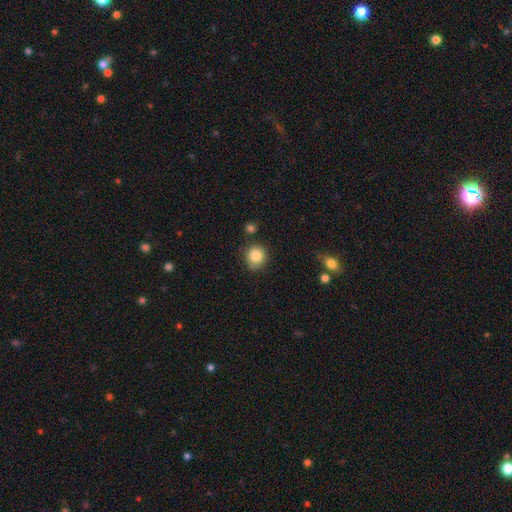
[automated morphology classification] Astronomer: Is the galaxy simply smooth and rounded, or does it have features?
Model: smooth — 83%.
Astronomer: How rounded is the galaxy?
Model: round — 87%.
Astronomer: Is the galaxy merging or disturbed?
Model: none — 76%.